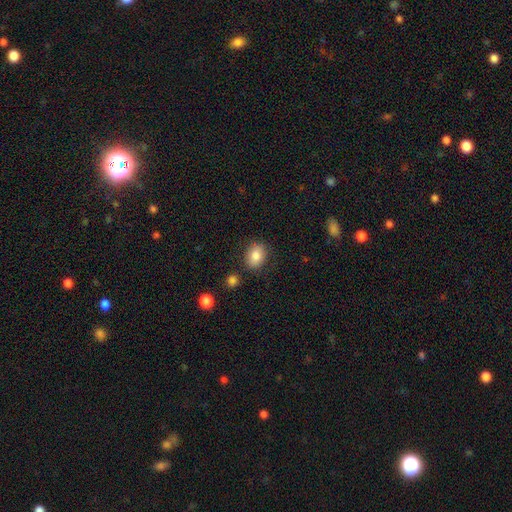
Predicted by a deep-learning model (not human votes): Overall: smooth (82%). How rounded: in between (59%; round 40%). Merging: none (82%).